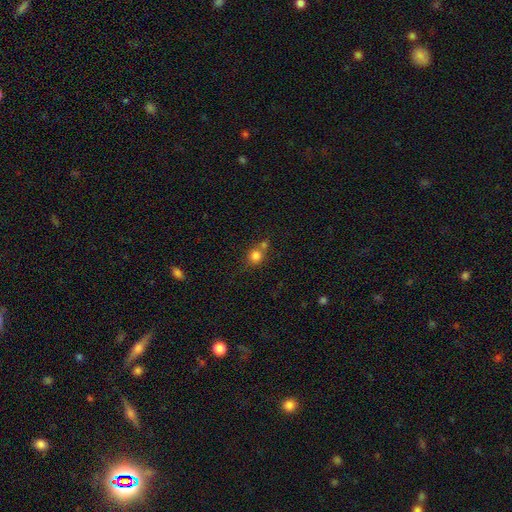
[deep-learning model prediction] This is clearly a smooth galaxy (81%). How rounded: clearly round (86%). Merging: possibly none (54%).